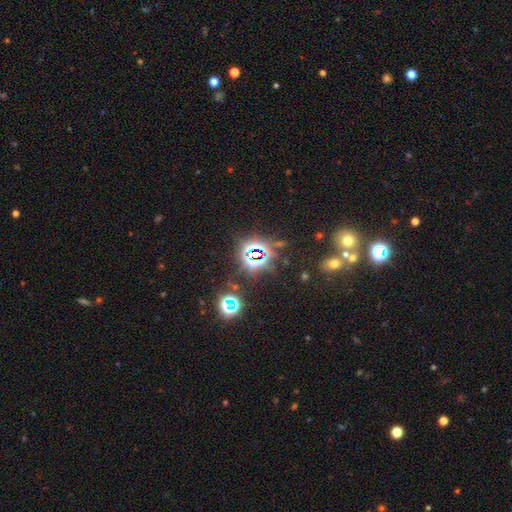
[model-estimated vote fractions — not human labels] Smooth or featured? star or artifact (80%)